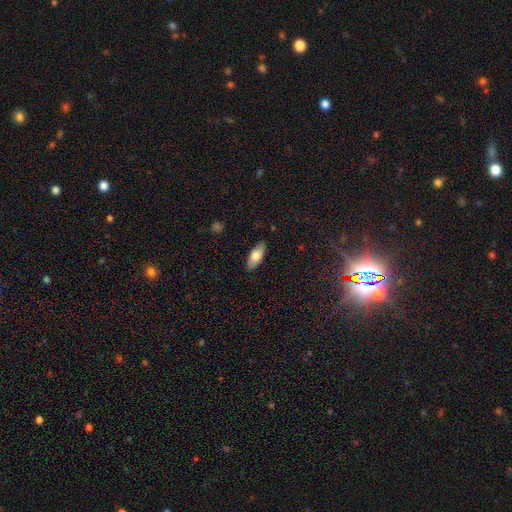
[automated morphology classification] This appears to be a smooth galaxy with no disk features (75%) that is in between round and cigar-shaped (83%). Merging: none (87%).